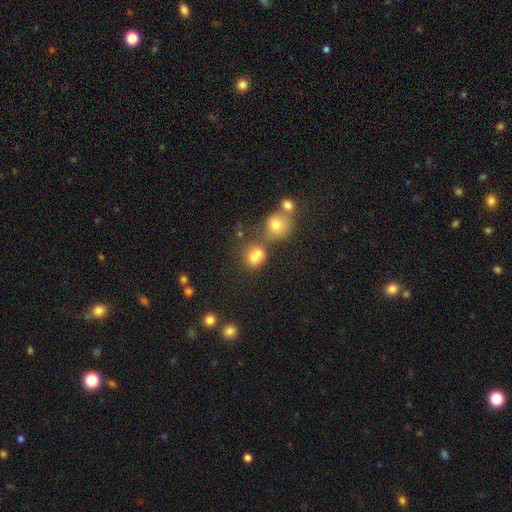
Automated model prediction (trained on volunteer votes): Overall: smooth (69%). How rounded: round (68%; in between 30%). Merging: none (46%; merger 39%).